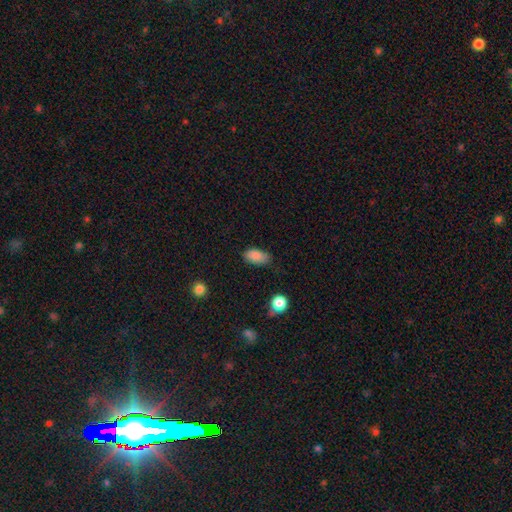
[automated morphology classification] smooth_or_featured: smooth (p=0.87) [alt: star or artifact p=0.08]
how_rounded: in between (p=0.92) [alt: round p=0.05]
merging: none (p=0.71) [alt: minor disturbance p=0.23]